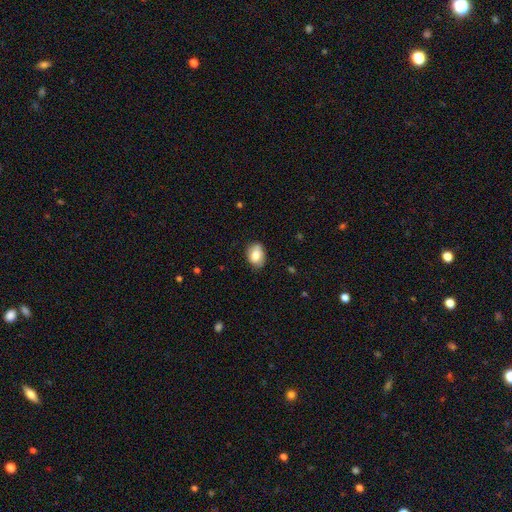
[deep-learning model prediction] This appears to be a smooth galaxy with no disk features (78%) that is in between round and cigar-shaped (78%). Merging: none (79%).